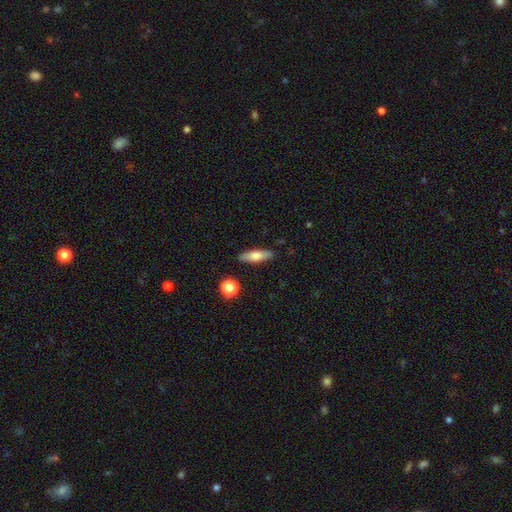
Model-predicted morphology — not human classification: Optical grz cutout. It shows a smooth galaxy with no disk features (65%) that is cigar-shaped (50%). Merging: none (87%).